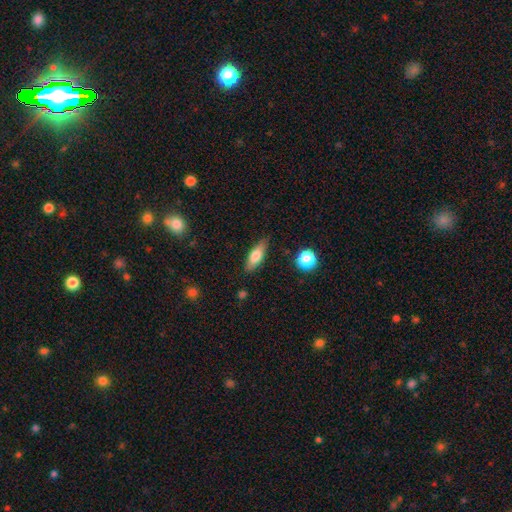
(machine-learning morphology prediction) Smooth or featured: smooth — 69% (featured or disk — 24%)
How rounded: in between — 58% (cigar-shaped — 39%)
Merging: none — 83% (minor disturbance — 13%)